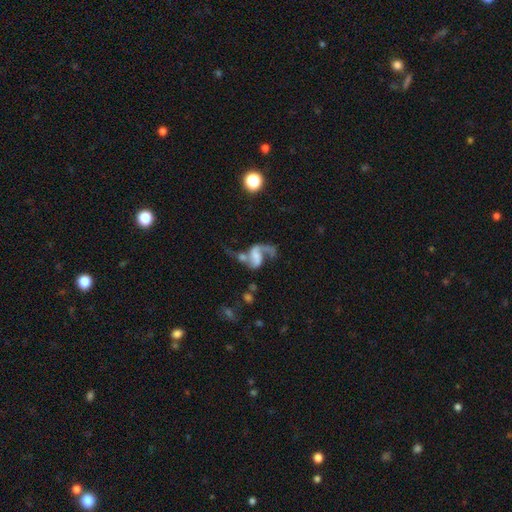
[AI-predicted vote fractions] This is likely a featured or disk galaxy (76%). It is clearly not viewed edge-on (97%). Bar: marginally no (42%). Spiral arm pattern: clearly yes (88%). Spiral arm count: likely 2 (71%). Spiral winding: likely loose (74%). Central bulge: marginally none (36%). Merging: marginally merger (34%).